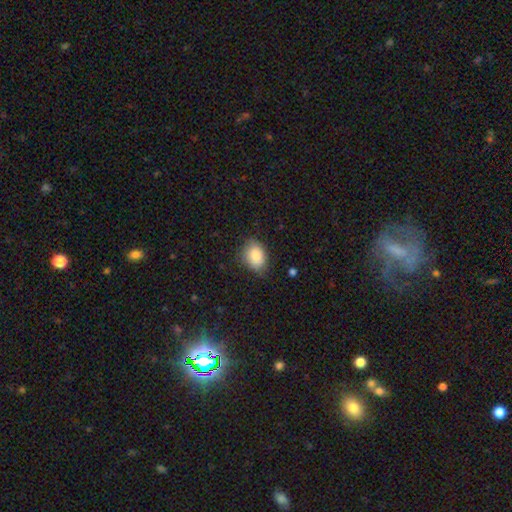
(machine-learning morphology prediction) This is clearly a smooth galaxy (86%). How rounded: likely in between (74%). Merging: likely none (75%).